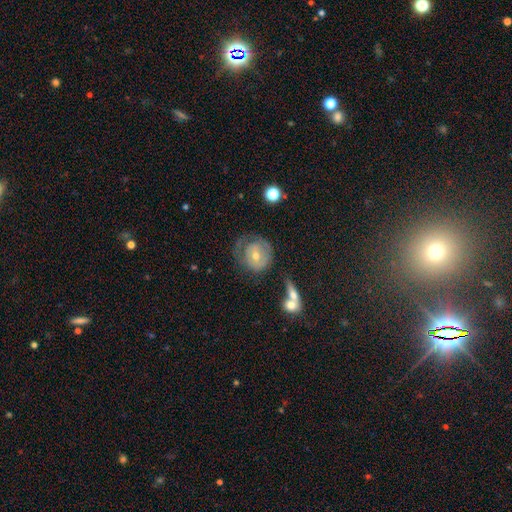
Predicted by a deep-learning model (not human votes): smooth_or_featured: featured or disk (p=0.61) [alt: smooth p=0.30]
disk_edge_on: no (p=0.95) [alt: yes p=0.05]
bar: no (p=0.65) [alt: weak p=0.28]
has_spiral_arms: yes (p=0.65) [alt: no p=0.35]
bulge_size: moderate (p=0.50) [alt: small p=0.45]
merging: none (p=0.51) [alt: minor disturbance p=0.24]